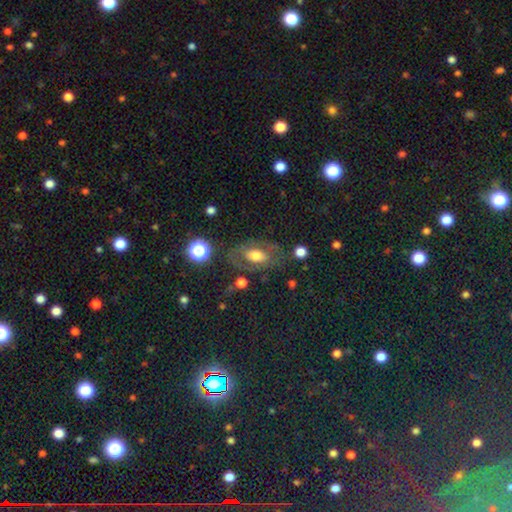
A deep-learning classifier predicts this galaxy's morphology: Overall: featured or disk (46%; smooth 44%). Merging: none (65%).